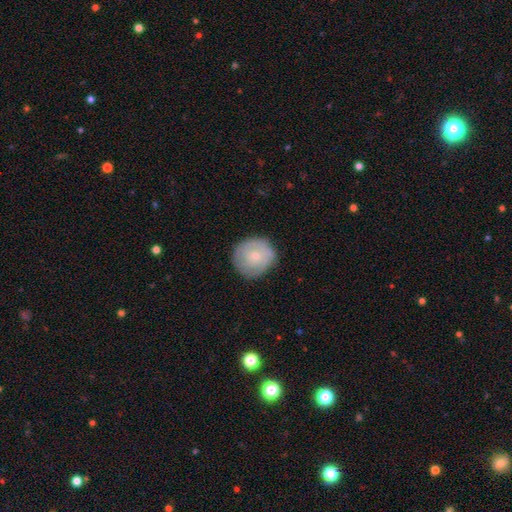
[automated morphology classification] Smooth or featured?
  - smooth: 53% *
  - featured or disk: 40%
  - star or artifact: 7%
How rounded?
  - round: 90% *
  - in between: 9%
  - cigar-shaped: 1%
Merging?
  - none: 77% *
  - minor disturbance: 18%
  - major disturbance: 4%
  - merger: 1%